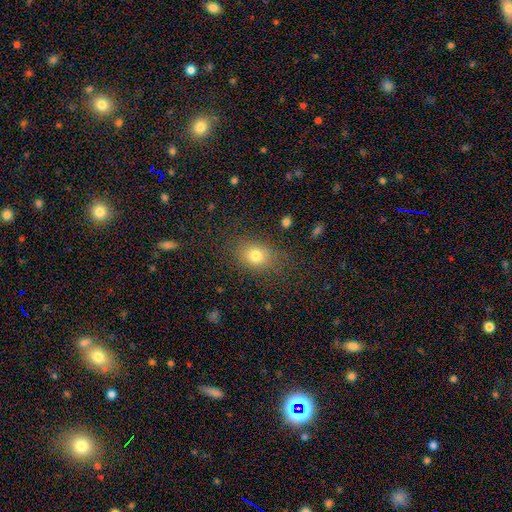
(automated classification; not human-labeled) A smooth galaxy with no disk features (77%) that is in between round and cigar-shaped (60%).

Vote fractions:
- Smooth or featured? smooth: 77% / star or artifact: 12% / featured or disk: 10%
- How rounded? in between: 60% / round: 38% / cigar-shaped: 2%
- Merging? none: 76% / minor disturbance: 15% / major disturbance: 7% / merger: 2%